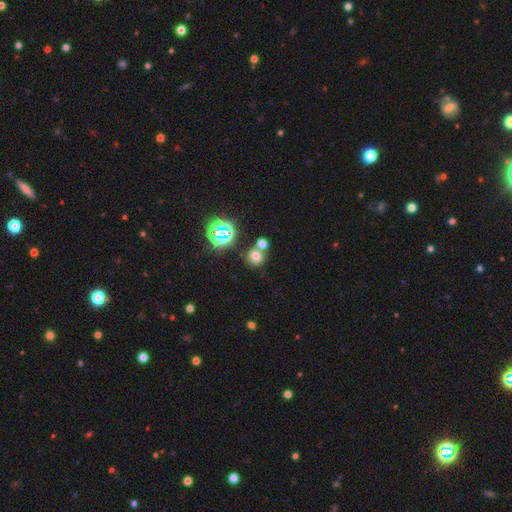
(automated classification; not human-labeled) Smooth or featured: smooth — 64% (star or artifact — 26%)
How rounded: round — 77% (in between — 22%)
Merging: none — 56% (merger — 32%)